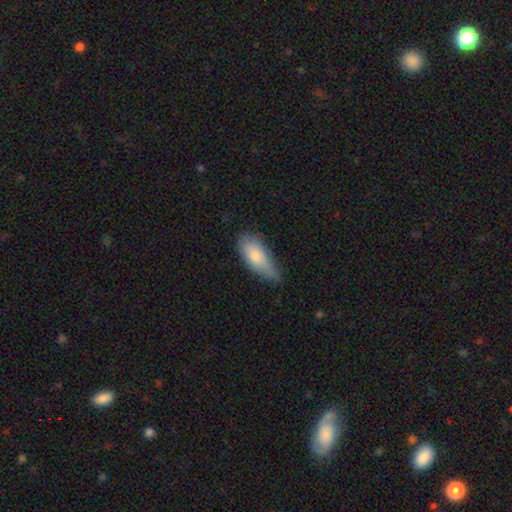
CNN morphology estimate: A smooth galaxy with no disk features (80%) that is in between round and cigar-shaped (78%).

Vote fractions:
- Smooth or featured? smooth: 80% / featured or disk: 14% / star or artifact: 6%
- How rounded? in between: 78% / cigar-shaped: 19% / round: 3%
- Merging? none: 45% / minor disturbance: 42% / major disturbance: 11% / merger: 2%